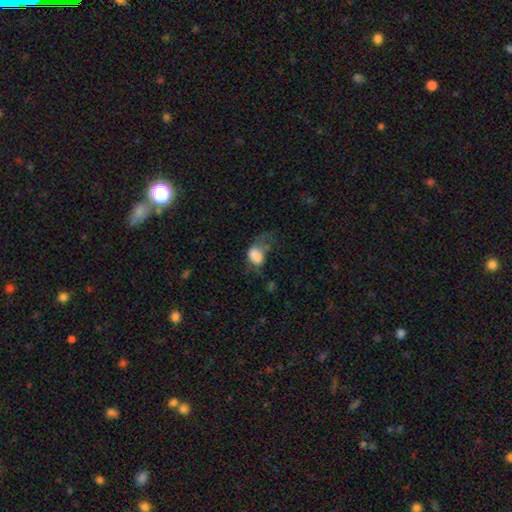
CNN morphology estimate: smooth_or_featured: smooth (p=0.73) [alt: featured or disk p=0.17]
how_rounded: in between (p=0.77) [alt: round p=0.22]
merging: major disturbance (p=0.53) [alt: minor disturbance p=0.22]